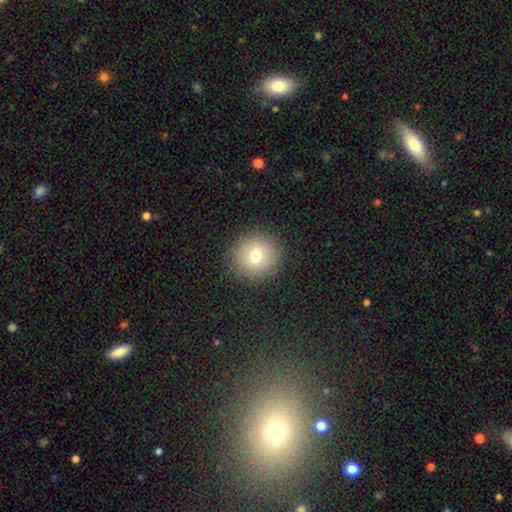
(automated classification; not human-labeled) Q: Smooth or featured?
A: smooth (74%); runner-up: featured or disk (14%)
Q: How rounded?
A: round (93%); runner-up: in between (6%)
Q: Merging?
A: none (90%); runner-up: minor disturbance (6%)